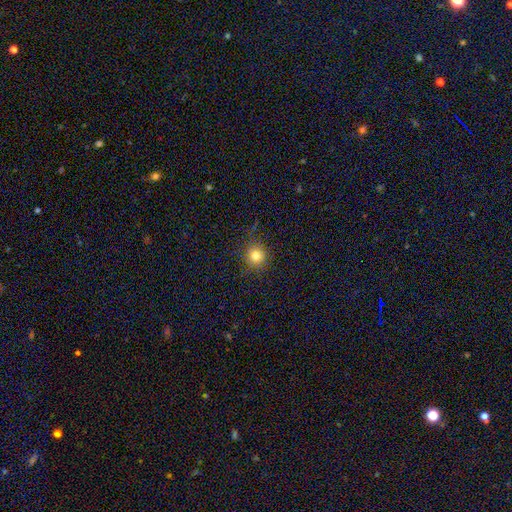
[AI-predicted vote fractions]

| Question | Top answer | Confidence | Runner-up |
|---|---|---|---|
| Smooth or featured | smooth | 81% | star or artifact (13%) |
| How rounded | round | 91% | in between (8%) |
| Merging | none | 88% | minor disturbance (8%) |